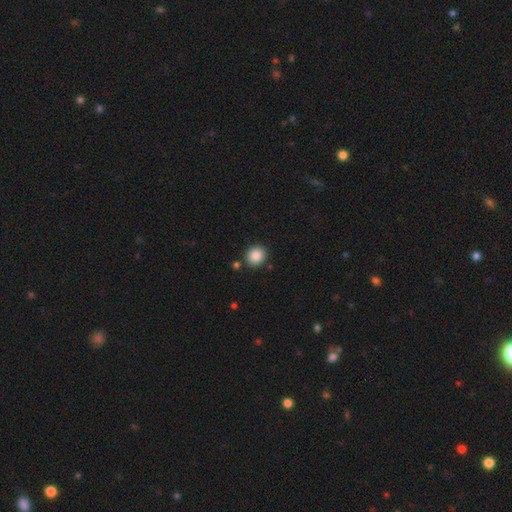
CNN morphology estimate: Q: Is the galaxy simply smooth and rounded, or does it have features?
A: smooth — 87%.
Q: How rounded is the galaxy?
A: round — 83%.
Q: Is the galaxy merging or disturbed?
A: none — 87%.